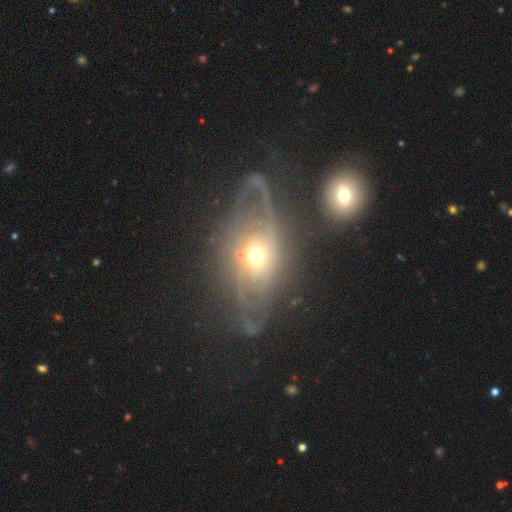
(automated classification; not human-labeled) featured or disk 60%, smooth 26%, star or artifact 14%. Down the decision tree: edge-on disk — no (88%); bar — no (80%); spiral arms — yes (57%); bulge size — moderate (64%); merging — none (46%).